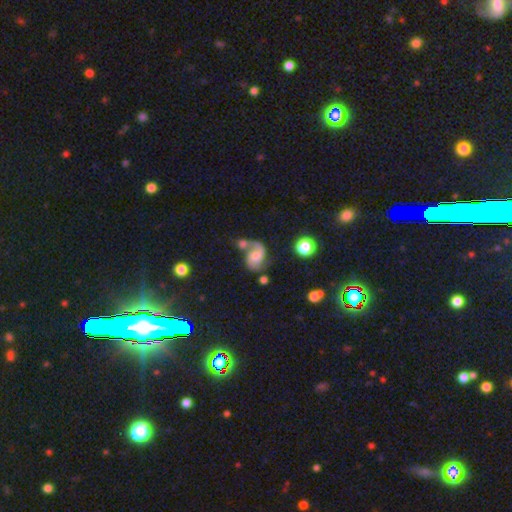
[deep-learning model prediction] The model was most divided on "merging": none: 36%, merger: 34%, minor disturbance: 16%, major disturbance: 14%. Remaining: edge-on disk — no (98%); spiral arms — yes (94%); spiral arm count — 2 (79%); smooth or featured — featured or disk (75%); bar — no (63%); spiral winding — medium (46%); bulge size — moderate (39%).